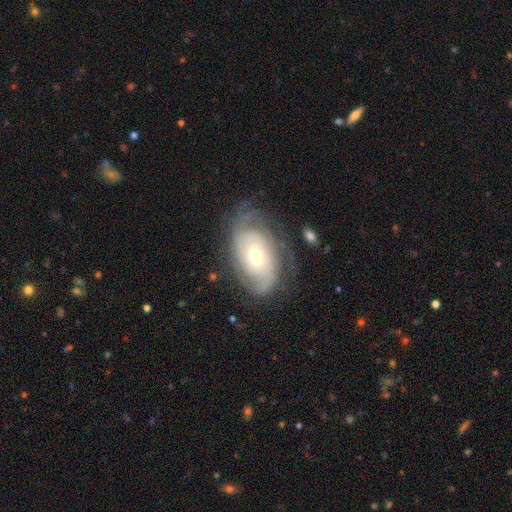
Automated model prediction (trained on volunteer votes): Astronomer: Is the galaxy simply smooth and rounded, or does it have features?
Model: featured or disk — 82%.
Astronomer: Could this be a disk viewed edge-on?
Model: no — 96%.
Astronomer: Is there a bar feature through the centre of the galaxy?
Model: no — 68%.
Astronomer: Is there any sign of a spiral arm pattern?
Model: yes — 94%.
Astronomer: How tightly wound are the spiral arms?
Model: tight — 62%.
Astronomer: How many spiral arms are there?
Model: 2 — 40% (runner-up: can't tell, 32%).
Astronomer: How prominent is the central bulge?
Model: moderate — 50% (runner-up: small, 44%).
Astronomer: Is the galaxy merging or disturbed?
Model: none — 68%.